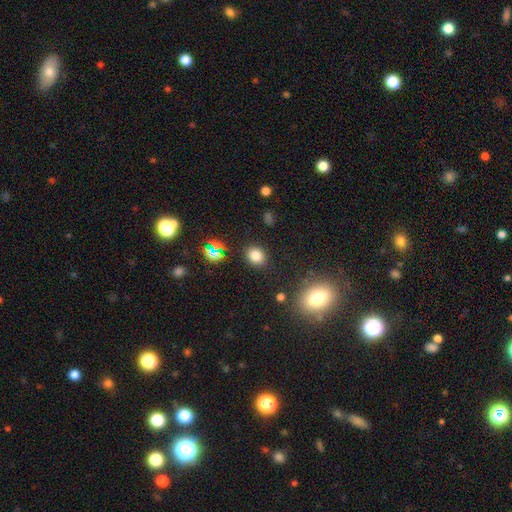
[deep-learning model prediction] Smooth or featured: smooth — 76% (star or artifact — 17%)
How rounded: round — 63% (in between — 36%)
Merging: none — 87% (minor disturbance — 8%)